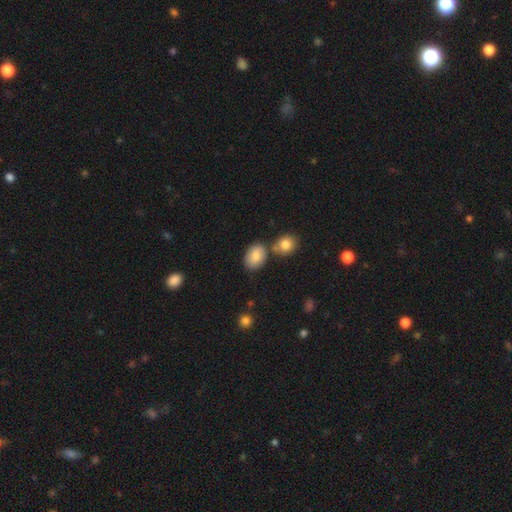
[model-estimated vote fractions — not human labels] Q: Smooth or featured?
A: smooth (83%); runner-up: featured or disk (9%)
Q: How rounded?
A: in between (80%); runner-up: round (19%)
Q: Merging?
A: none (65%); runner-up: merger (18%)